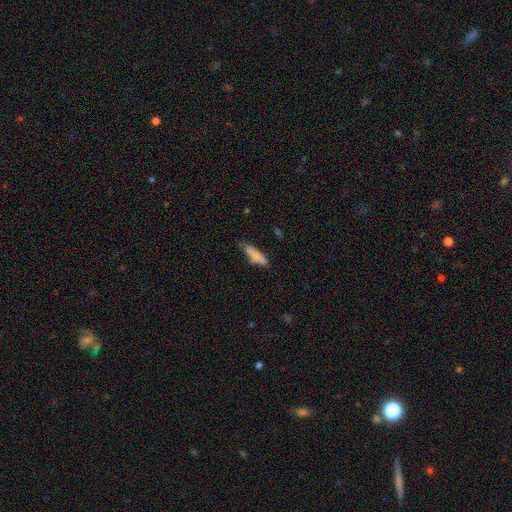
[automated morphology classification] smooth 79%, featured or disk 14%, star or artifact 7%. Down the decision tree: how rounded — cigar-shaped (60%); merging — none (60%).